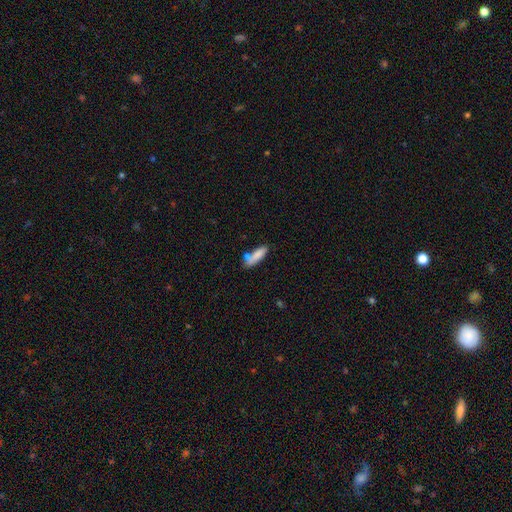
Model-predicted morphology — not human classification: A smooth galaxy with no disk features (80%) that is in between round and cigar-shaped (50%).

Vote fractions:
- Smooth or featured? smooth: 80% / featured or disk: 13% / star or artifact: 8%
- How rounded? in between: 50% / cigar-shaped: 47% / round: 2%
- Merging? none: 46% / merger: 24% / minor disturbance: 21% / major disturbance: 9%